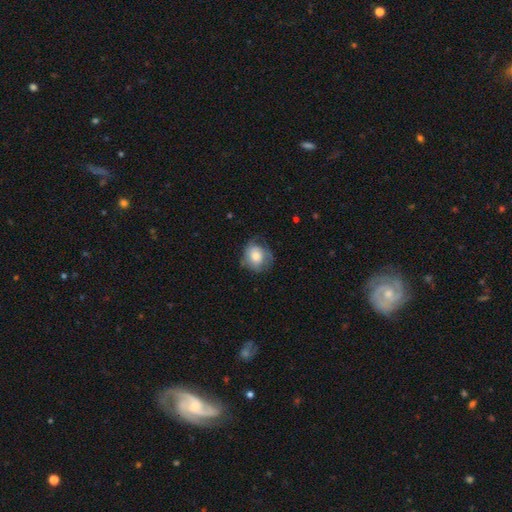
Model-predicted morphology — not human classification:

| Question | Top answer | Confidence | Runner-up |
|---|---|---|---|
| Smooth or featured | smooth | 67% | featured or disk (25%) |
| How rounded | round | 71% | in between (28%) |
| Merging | none | 53% | minor disturbance (31%) |